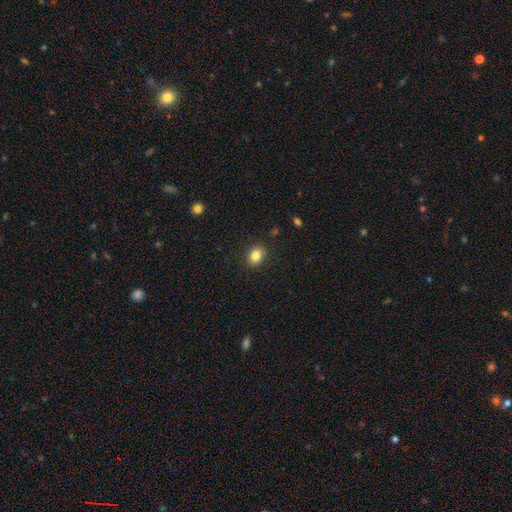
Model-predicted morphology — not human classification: A smooth galaxy with no disk features (83%) that is in between round and cigar-shaped (58%). Merging: none (88%).